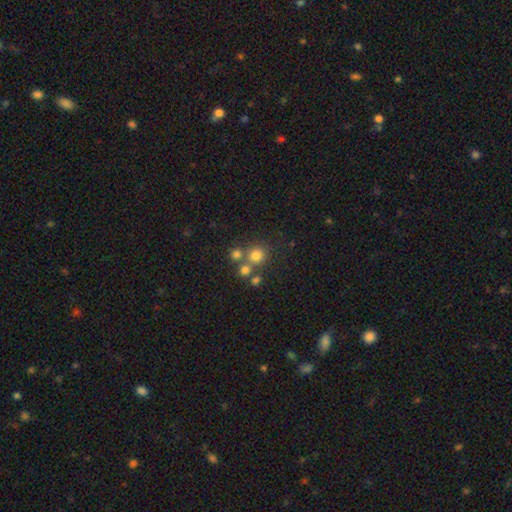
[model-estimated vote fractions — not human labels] Overall: smooth (72%). How rounded: round (89%). Merging: none (61%; merger 26%).